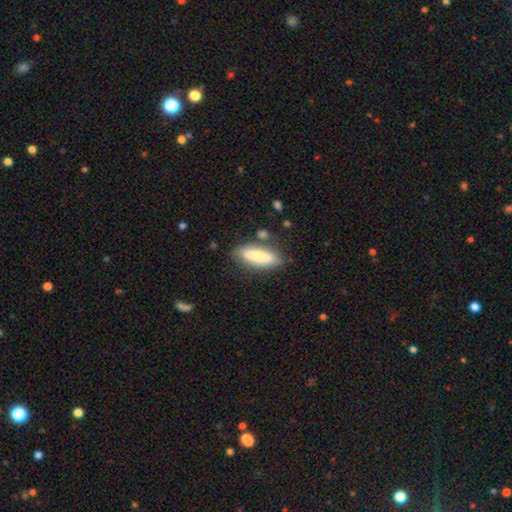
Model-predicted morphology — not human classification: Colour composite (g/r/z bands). It shows a smooth galaxy with no disk features (77%) that is cigar-shaped (50%). Merging: none (78%).